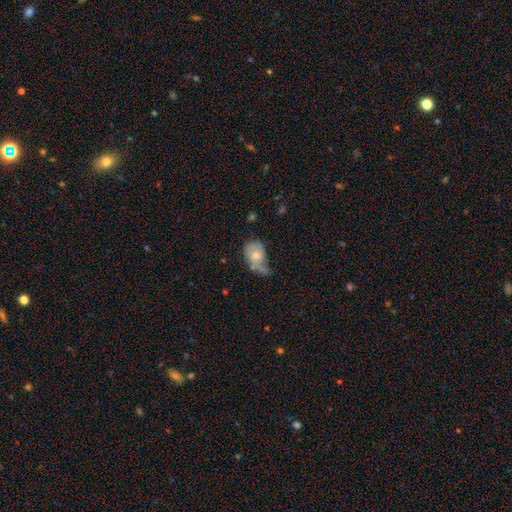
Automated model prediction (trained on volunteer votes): A smooth galaxy with no disk features (49%).

Vote fractions:
- Smooth or featured? smooth: 49% / featured or disk: 44% / star or artifact: 7%
- Merging? minor disturbance: 35% / major disturbance: 29% / none: 25% / merger: 11%